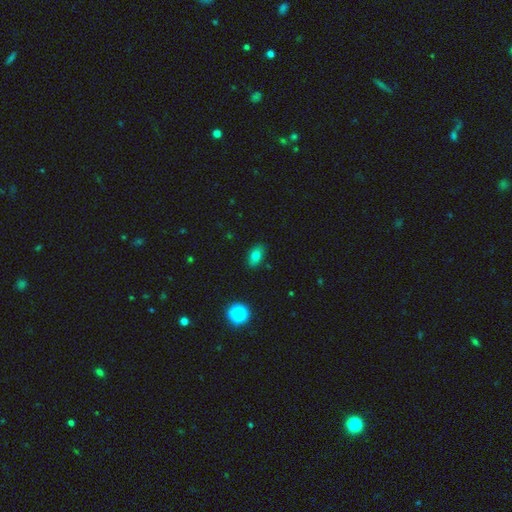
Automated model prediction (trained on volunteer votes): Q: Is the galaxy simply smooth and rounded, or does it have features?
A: smooth — 76%.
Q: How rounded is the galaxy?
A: in between — 84%.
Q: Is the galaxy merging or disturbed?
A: none — 86%.